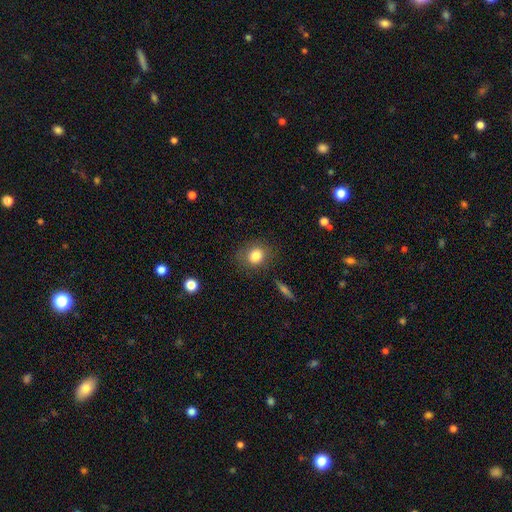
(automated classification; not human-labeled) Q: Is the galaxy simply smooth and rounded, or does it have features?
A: smooth — 82%.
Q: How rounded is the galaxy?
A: round — 66%.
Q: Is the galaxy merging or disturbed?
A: none — 79%.